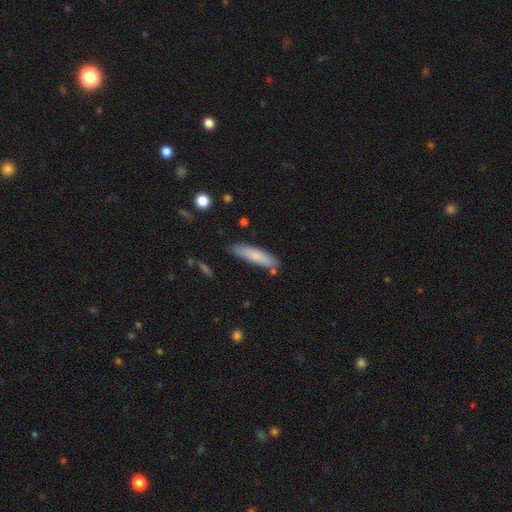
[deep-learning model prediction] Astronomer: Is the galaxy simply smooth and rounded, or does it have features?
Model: smooth — 78%.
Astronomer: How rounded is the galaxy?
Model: cigar-shaped — 75%.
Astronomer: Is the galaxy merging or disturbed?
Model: none — 80%.